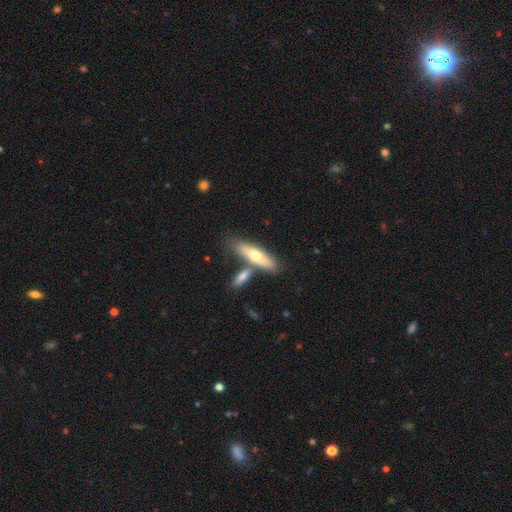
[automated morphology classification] This appears to be a smooth galaxy with no disk features (58%) that is cigar-shaped (57%). Merging: none (57%).